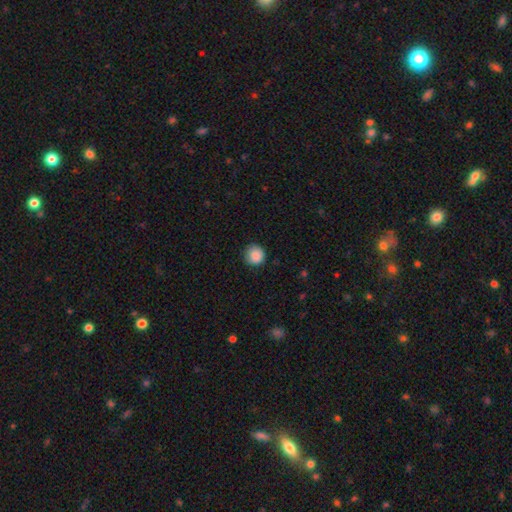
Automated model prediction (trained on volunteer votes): Morphology: type=smooth (88%); roundness=round (94%); merging=none (85%).